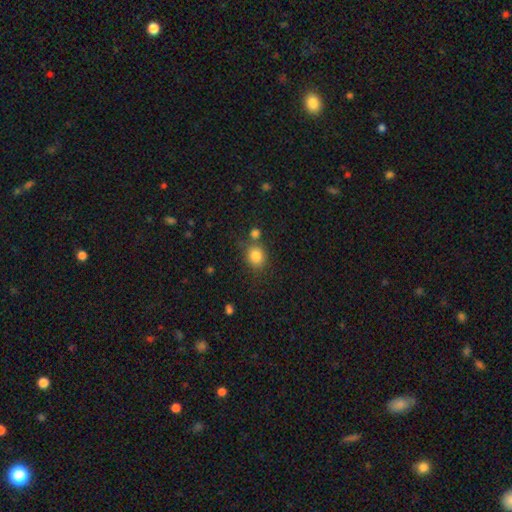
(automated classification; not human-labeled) The model was most divided on "how rounded": round: 68%, in between: 31%, cigar-shaped: 1%. More confident: smooth or featured — smooth (84%); merging — none (64%).